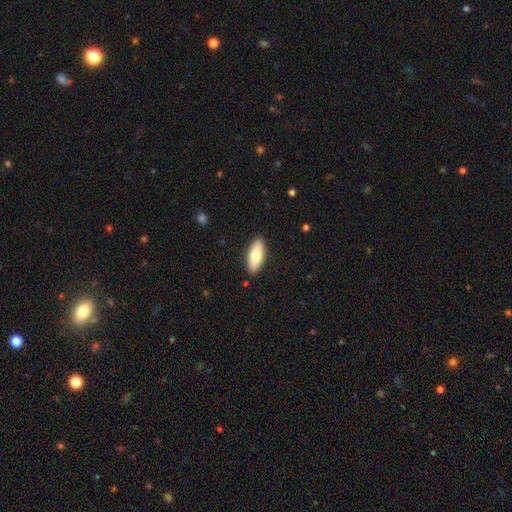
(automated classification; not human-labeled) smooth_or_featured: smooth (p=0.71) [alt: featured or disk p=0.24]
how_rounded: in between (p=0.78) [alt: cigar-shaped p=0.19]
merging: none (p=0.89) [alt: minor disturbance p=0.08]